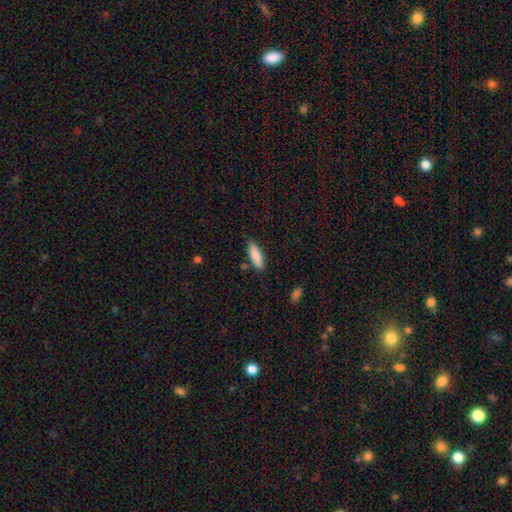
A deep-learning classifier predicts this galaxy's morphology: type=smooth (85%); roundness=in between (50%); merging=none (82%).